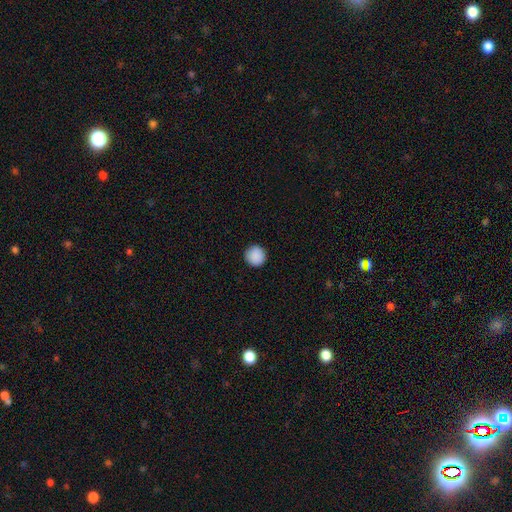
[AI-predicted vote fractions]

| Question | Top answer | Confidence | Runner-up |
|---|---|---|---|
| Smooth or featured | smooth | 90% | star or artifact (8%) |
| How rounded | round | 95% | in between (4%) |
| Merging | none | 92% | minor disturbance (5%) |